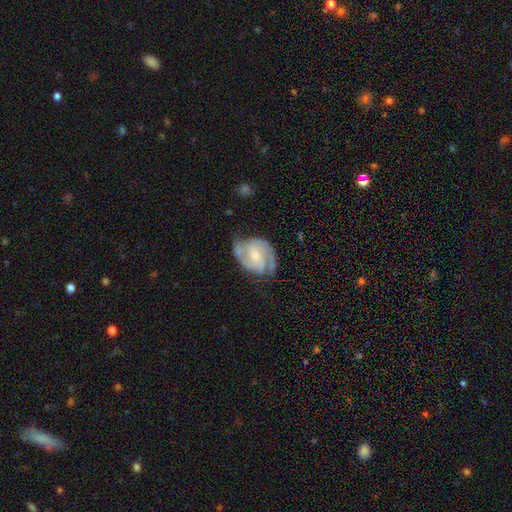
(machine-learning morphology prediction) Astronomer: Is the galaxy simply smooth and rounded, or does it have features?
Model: featured or disk — 87%.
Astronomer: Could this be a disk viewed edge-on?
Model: no — 98%.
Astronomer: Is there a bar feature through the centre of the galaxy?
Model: no — 50% (runner-up: weak, 40%).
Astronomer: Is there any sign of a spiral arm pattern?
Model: yes — 97%.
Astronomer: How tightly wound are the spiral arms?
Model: medium — 46% (runner-up: tight, 43%).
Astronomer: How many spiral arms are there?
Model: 2 — 73%.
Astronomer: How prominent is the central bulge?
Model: moderate — 46% (runner-up: small, 44%).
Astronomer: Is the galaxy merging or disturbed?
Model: none — 63%.